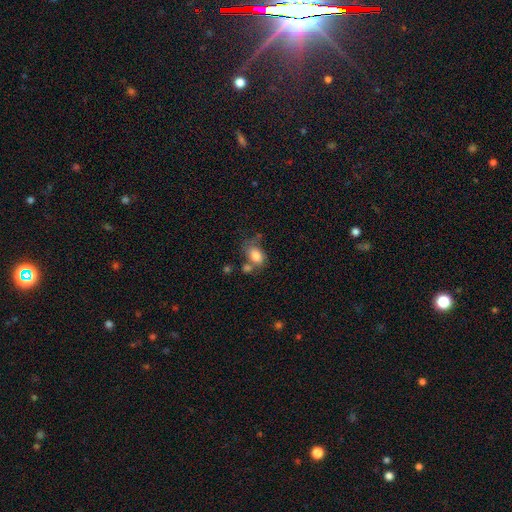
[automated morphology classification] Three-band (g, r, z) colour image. It shows a smooth galaxy with no disk features (79%) that is in between round and cigar-shaped (79%). Merging: none (43%).